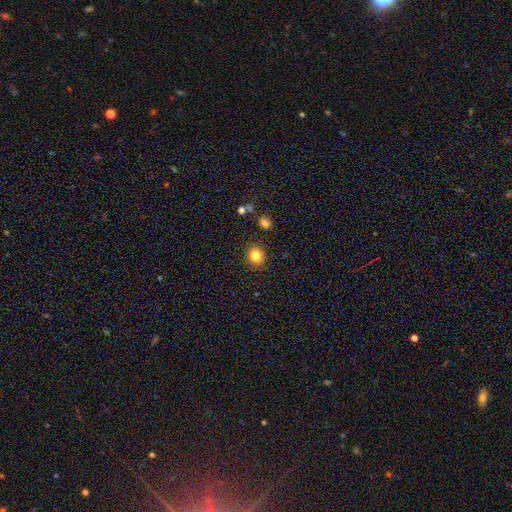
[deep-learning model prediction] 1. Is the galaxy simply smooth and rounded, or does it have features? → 82% smooth, 11% star or artifact, 6% featured or disk.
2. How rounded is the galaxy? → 83% round, 16% in between, 1% cigar-shaped.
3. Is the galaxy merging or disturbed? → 88% none, 7% minor disturbance, 2% major disturbance, 2% merger.